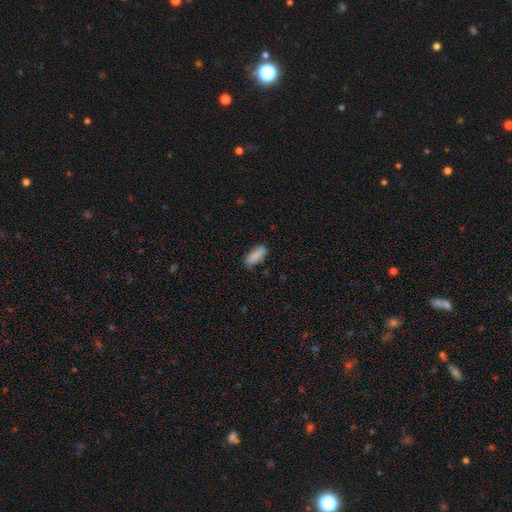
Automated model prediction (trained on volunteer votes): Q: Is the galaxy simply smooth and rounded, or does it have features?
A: smooth — 87%.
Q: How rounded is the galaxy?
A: in between — 77%.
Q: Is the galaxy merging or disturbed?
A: none — 76%.